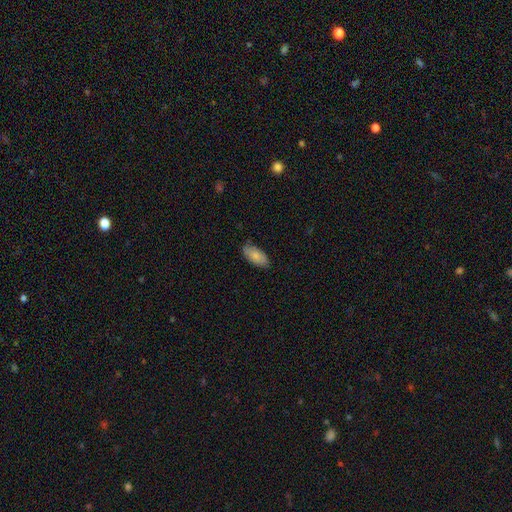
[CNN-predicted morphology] A smooth galaxy with no disk features (82%) that is in between round and cigar-shaped (92%). Merging: none (81%).